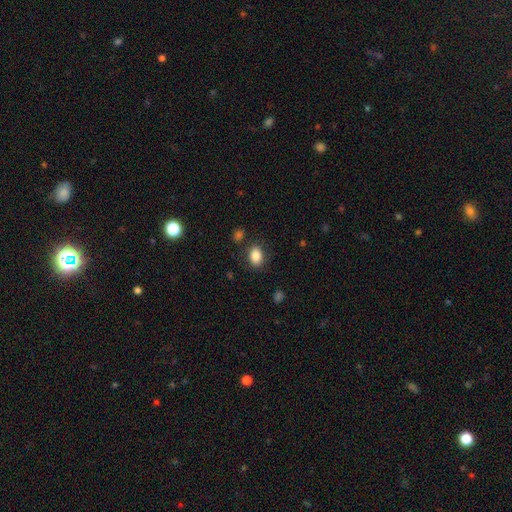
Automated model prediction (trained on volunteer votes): Smooth or featured?
  - smooth: 85% *
  - star or artifact: 9%
  - featured or disk: 6%
How rounded?
  - in between: 72% *
  - round: 27%
  - cigar-shaped: 1%
Merging?
  - none: 82% *
  - minor disturbance: 11%
  - major disturbance: 4%
  - merger: 3%